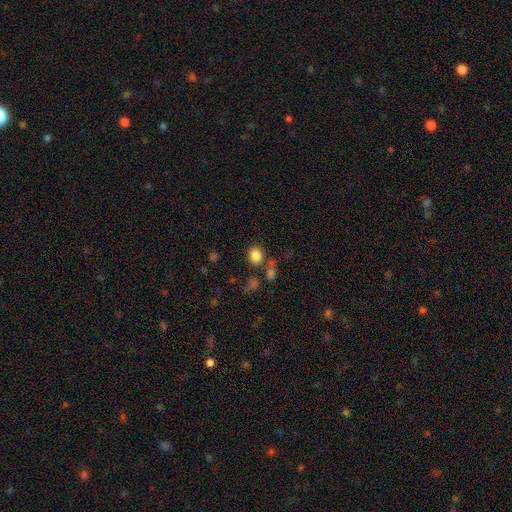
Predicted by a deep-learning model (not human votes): Smooth or featured? smooth (84%)
How rounded? round (66%)
Merging? none (74%)